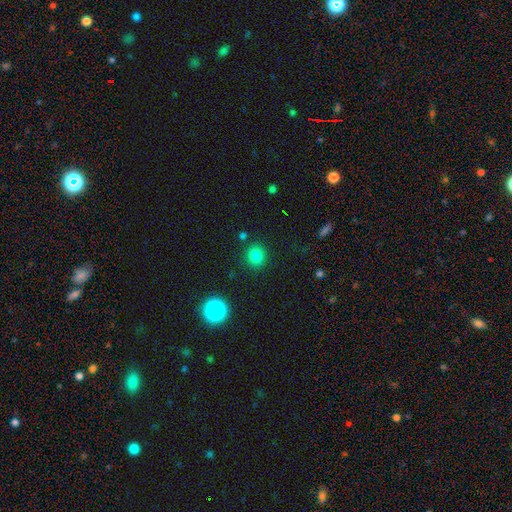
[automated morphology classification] This appears to be a smooth galaxy with no disk features (82%) that is round (85%). Merging: none (87%).